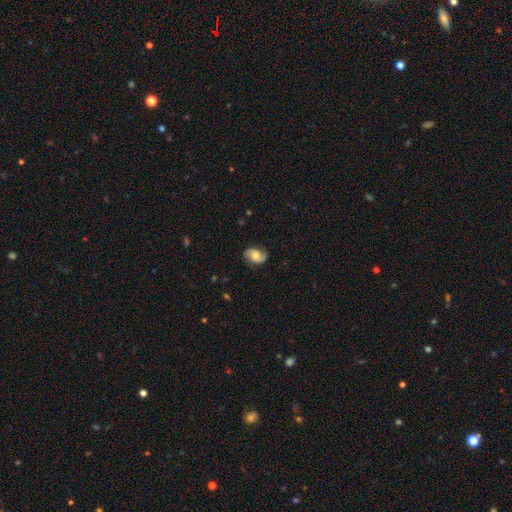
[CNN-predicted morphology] smooth-or-featured: featured or disk: 59% | smooth: 33% | star or artifact: 8%
  disk-edge-on: no: 97% | yes: 3%
    bar: no: 67% | weak: 28% | strong: 5%
    has-spiral-arms: yes: 92% | no: 8%
      spiral-winding: medium: 41% | loose: 36% | tight: 24%
      spiral-arm-count: 2: 85% | can't tell: 6% | 1: 6% | 3: 1% | 4: 1% | more than 4: 1%
    bulge-size: moderate: 57% | small: 25% | large: 12% | none: 5% | dominant: 2%
  merging: none: 76% | minor disturbance: 18% | major disturbance: 5% | merger: 1%